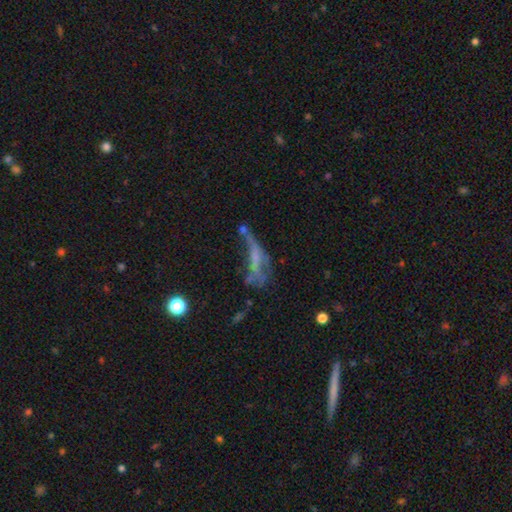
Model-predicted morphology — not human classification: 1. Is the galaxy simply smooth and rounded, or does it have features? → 51% featured or disk, 28% smooth, 22% star or artifact.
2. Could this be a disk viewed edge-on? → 74% no, 26% yes.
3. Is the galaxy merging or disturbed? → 41% major disturbance, 24% none, 19% merger, 16% minor disturbance.